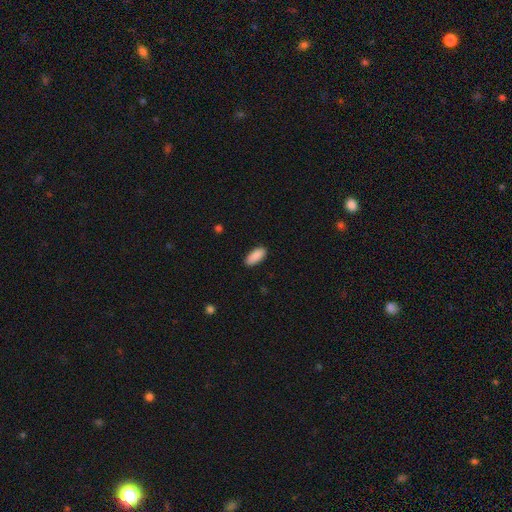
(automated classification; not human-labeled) The model was most divided on "how rounded": in between: 85%, cigar-shaped: 13%, round: 2%. More confident: smooth or featured — smooth (90%); merging — none (89%).